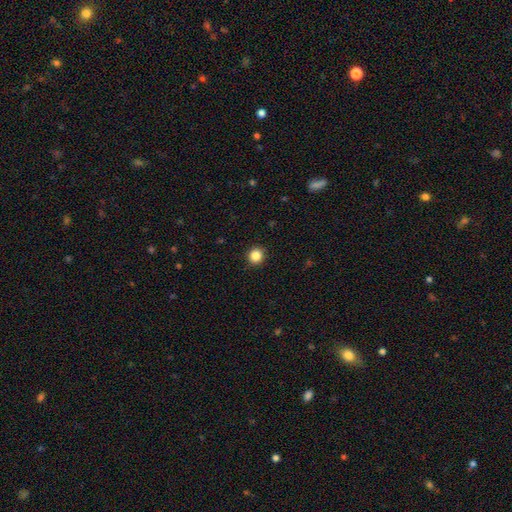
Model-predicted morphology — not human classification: A smooth galaxy with no disk features (85%) that is round (92%).

Vote fractions:
- Smooth or featured? smooth: 85% / star or artifact: 11% / featured or disk: 4%
- How rounded? round: 92% / in between: 7% / cigar-shaped: 1%
- Merging? none: 92% / minor disturbance: 6% / major disturbance: 2% / merger: 1%